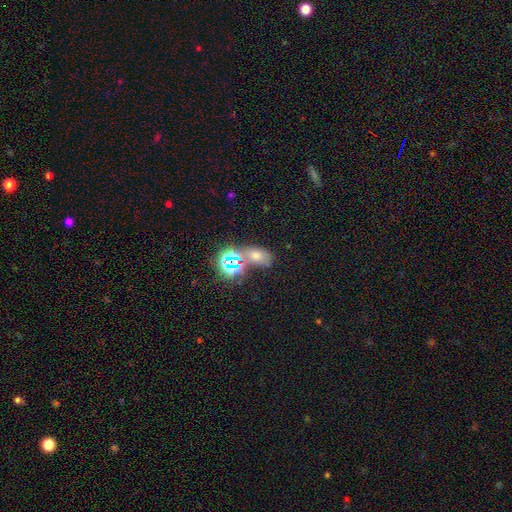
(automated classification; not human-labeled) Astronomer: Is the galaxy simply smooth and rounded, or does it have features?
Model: smooth — 45% (runner-up: star or artifact, 41%).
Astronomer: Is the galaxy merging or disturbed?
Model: none — 56%.